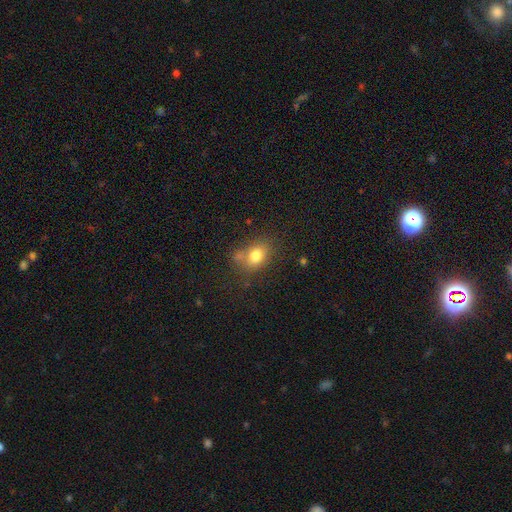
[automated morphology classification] Overall: smooth (78%). How rounded: in between (64%; round 35%). Merging: none (60%).